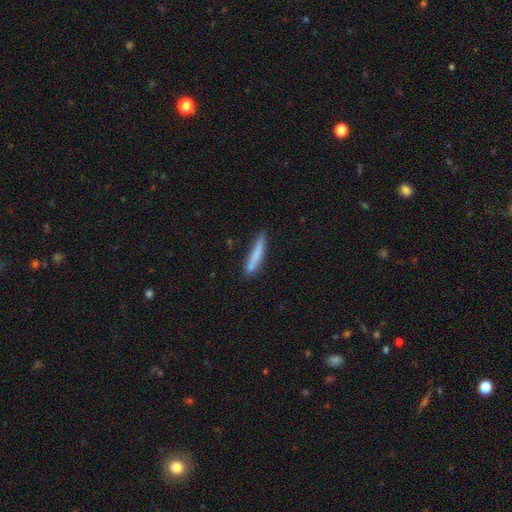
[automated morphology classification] The model was most divided on "merging": none: 71%, minor disturbance: 20%, merger: 5%, major disturbance: 4%. More confident: how rounded — cigar-shaped (93%); smooth or featured — smooth (73%).